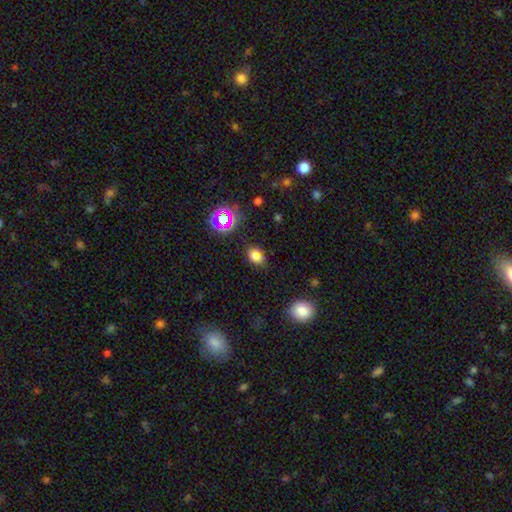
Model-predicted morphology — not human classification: The model was most divided on "how rounded": in between: 68%, round: 30%, cigar-shaped: 2%. More confident: merging — none (75%); smooth or featured — smooth (74%).